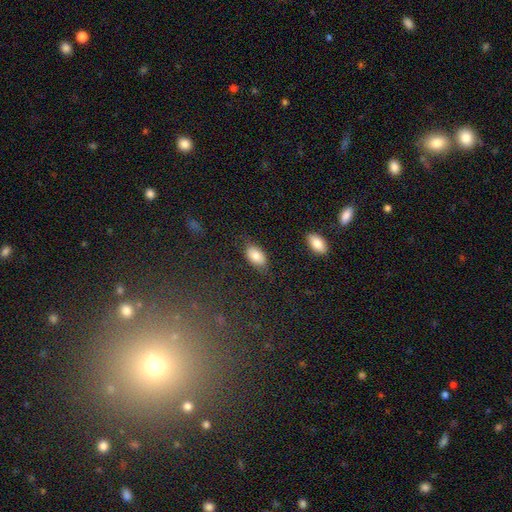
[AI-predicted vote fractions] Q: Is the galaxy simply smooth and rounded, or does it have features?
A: smooth — 83%.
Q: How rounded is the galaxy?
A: in between — 93%.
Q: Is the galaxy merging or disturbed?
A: none — 76%.